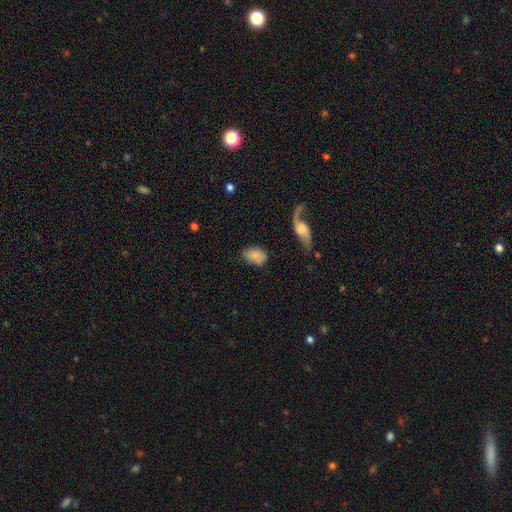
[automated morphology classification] Smooth or featured: smooth — 77% (featured or disk — 16%)
How rounded: in between — 86% (round — 13%)
Merging: none — 63% (minor disturbance — 22%)